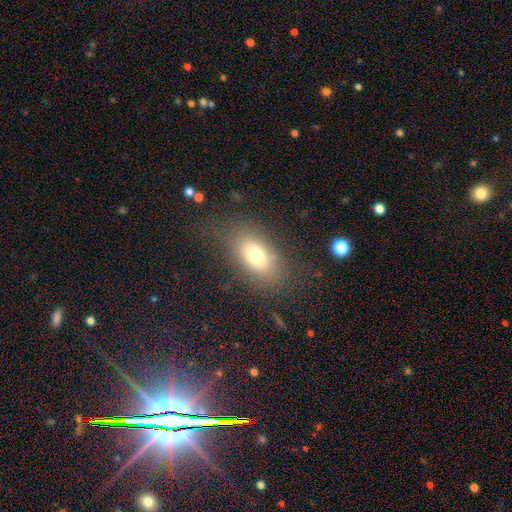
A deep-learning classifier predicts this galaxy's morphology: A smooth galaxy with no disk features (71%) that is in between round and cigar-shaped (82%).

Vote fractions:
- Smooth or featured? smooth: 71% / featured or disk: 17% / star or artifact: 12%
- How rounded? in between: 82% / round: 13% / cigar-shaped: 4%
- Merging? none: 71% / minor disturbance: 16% / major disturbance: 11% / merger: 2%